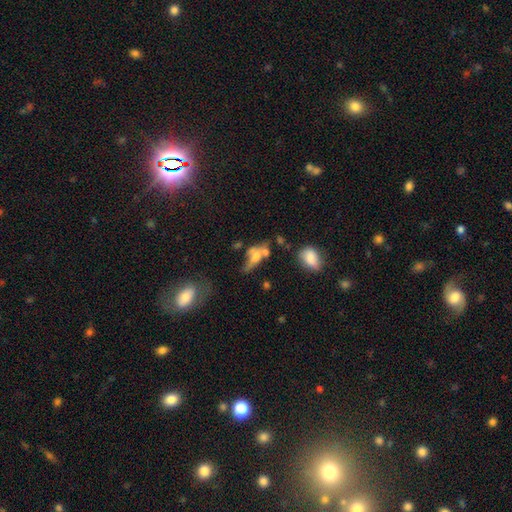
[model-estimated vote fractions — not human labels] Q: Smooth or featured?
A: smooth (50%); runner-up: featured or disk (38%)
Q: Merging?
A: merger (33%); runner-up: none (25%)